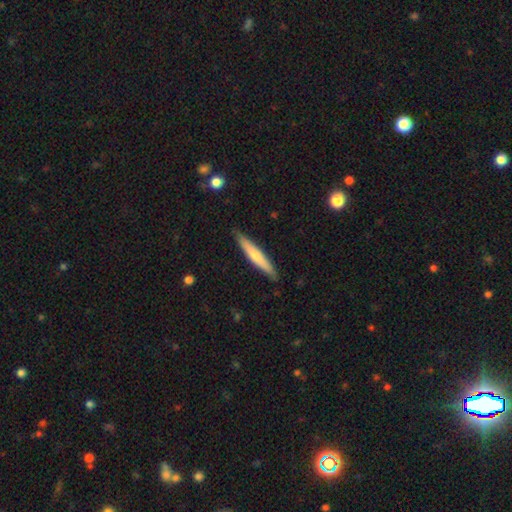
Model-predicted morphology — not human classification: The model was most divided on "smooth or featured": smooth: 58%, featured or disk: 36%, star or artifact: 5%. More confident: how rounded — cigar-shaped (92%); merging — none (87%).